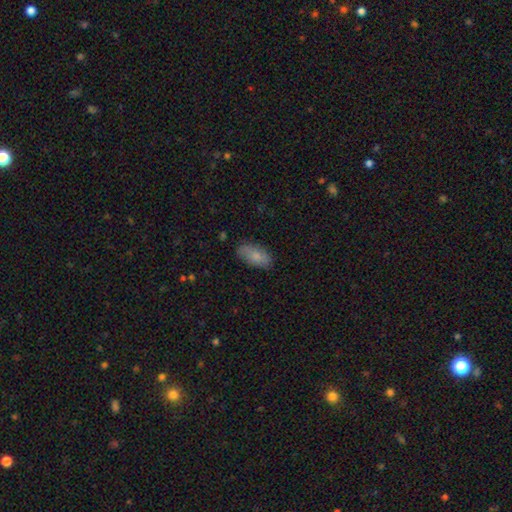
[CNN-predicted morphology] A smooth galaxy with no disk features (79%) that is in between round and cigar-shaped (91%). Merging: none (80%).